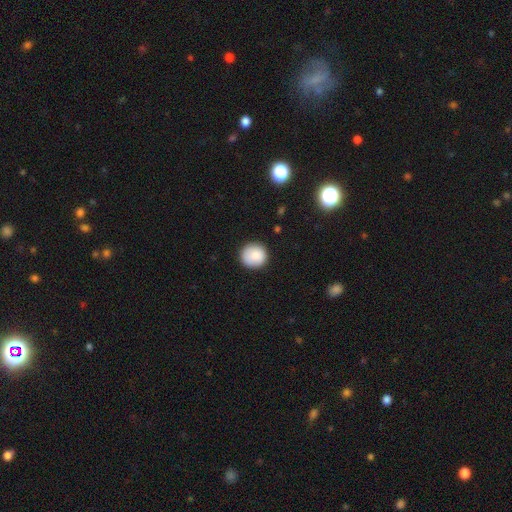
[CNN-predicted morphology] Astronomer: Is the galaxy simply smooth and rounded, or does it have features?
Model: smooth — 86%.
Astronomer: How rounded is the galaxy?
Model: round — 94%.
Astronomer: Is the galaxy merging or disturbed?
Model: none — 87%.